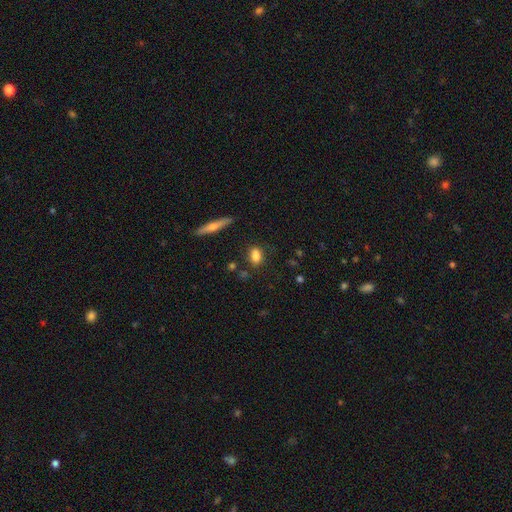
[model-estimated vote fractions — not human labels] Smooth or featured? smooth (81%)
How rounded? in between (73%)
Merging? none (78%)